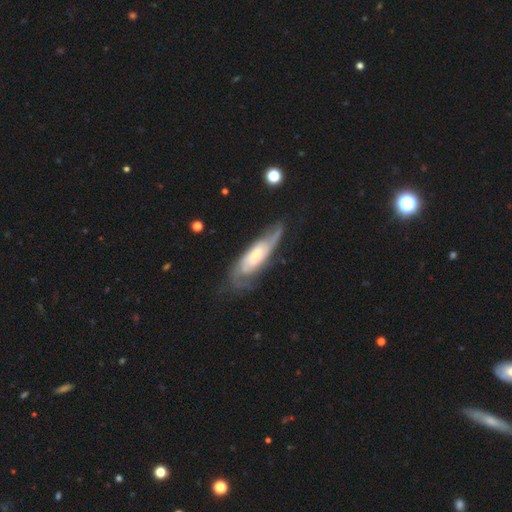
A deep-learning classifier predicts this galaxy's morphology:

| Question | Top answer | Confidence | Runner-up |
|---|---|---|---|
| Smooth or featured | featured or disk | 77% | smooth (18%) |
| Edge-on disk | no | 84% | yes (16%) |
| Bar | no | 63% | weak (28%) |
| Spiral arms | yes | 92% | no (8%) |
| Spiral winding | medium | 40% | tied: tight (40%) |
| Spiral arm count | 2 | 59% | can't tell (26%) |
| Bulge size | small | 55% | moderate (31%) |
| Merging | none | 60% | minor disturbance (22%) |